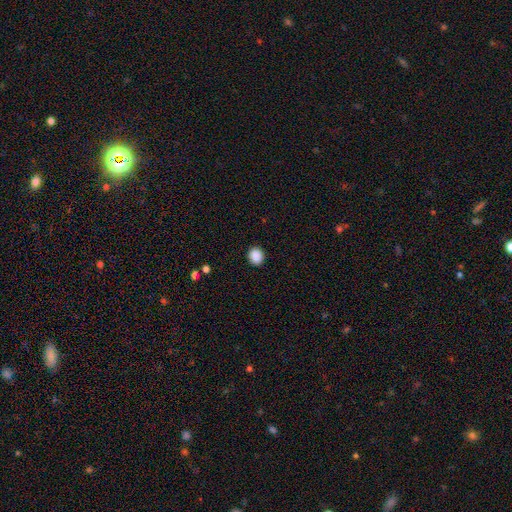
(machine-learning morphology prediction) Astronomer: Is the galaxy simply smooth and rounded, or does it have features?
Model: smooth — 89%.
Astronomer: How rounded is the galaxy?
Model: round — 73%.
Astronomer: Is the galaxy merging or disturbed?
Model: none — 91%.